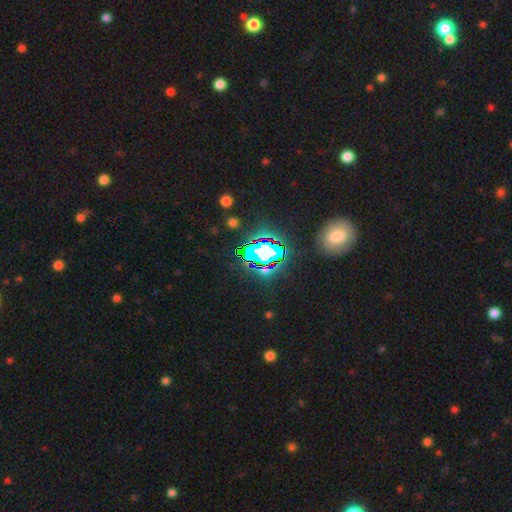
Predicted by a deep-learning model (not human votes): Smooth or featured: star or artifact — 78% (smooth — 14%)